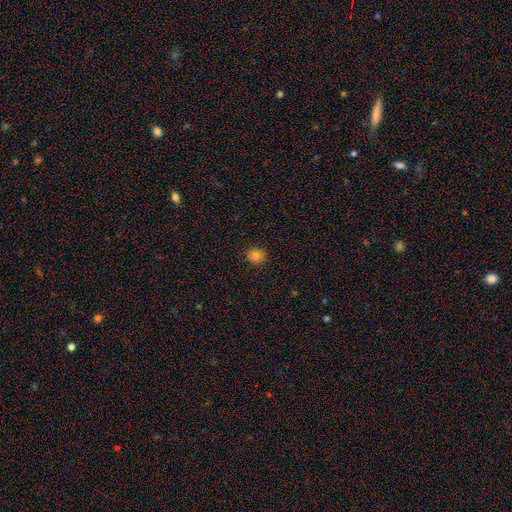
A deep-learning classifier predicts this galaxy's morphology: This appears to be a smooth galaxy with no disk features (82%) that is round (86%). Merging: none (91%).